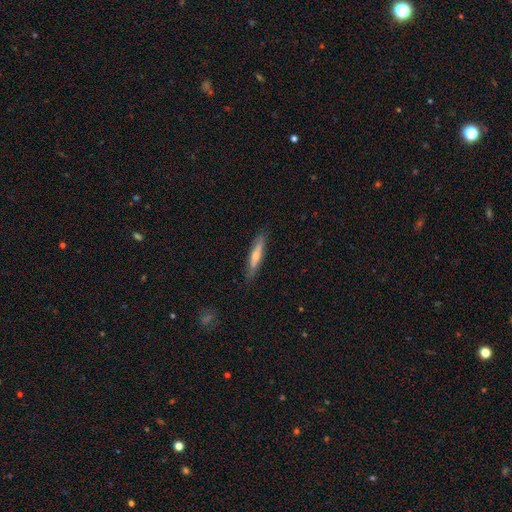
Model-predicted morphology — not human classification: Smooth or featured? Predicted: featured or disk (p=0.49). Merging? Predicted: none (p=0.86).